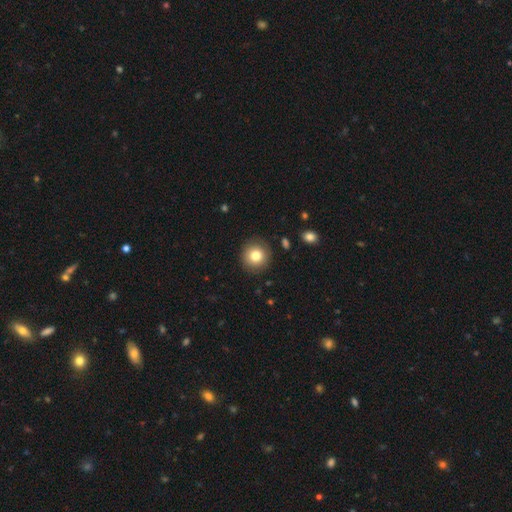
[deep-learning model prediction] Overall: smooth (80%). How rounded: round (94%). Merging: none (89%).